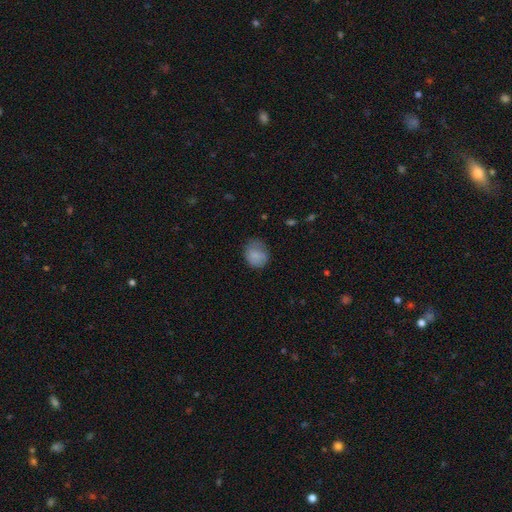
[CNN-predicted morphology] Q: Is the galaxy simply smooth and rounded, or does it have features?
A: smooth — 82%.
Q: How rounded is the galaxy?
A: round — 68%.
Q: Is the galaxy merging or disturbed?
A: none — 63%.